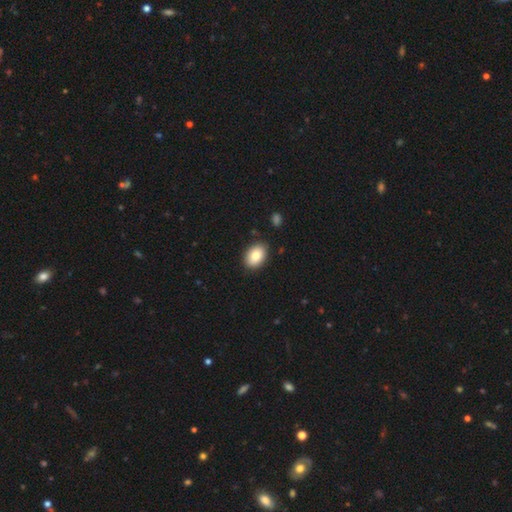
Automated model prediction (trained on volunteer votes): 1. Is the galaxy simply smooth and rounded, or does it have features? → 85% smooth, 8% featured or disk, 7% star or artifact.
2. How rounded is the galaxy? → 82% in between, 17% round, 1% cigar-shaped.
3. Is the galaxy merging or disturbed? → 86% none, 10% minor disturbance, 2% major disturbance, 1% merger.